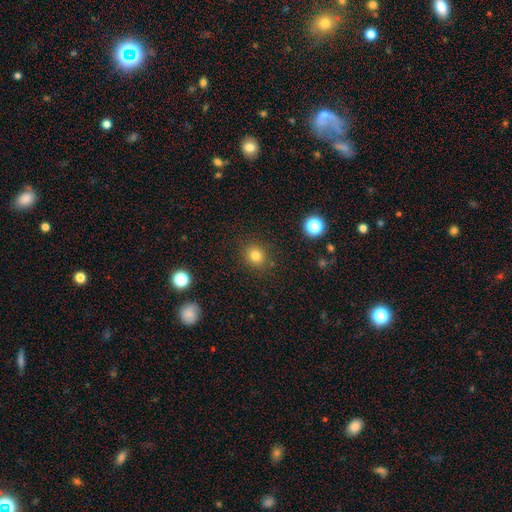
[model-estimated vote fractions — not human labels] Smooth or featured?
  - smooth: 80% *
  - star or artifact: 14%
  - featured or disk: 6%
How rounded?
  - round: 81% *
  - in between: 18%
  - cigar-shaped: 1%
Merging?
  - none: 87% *
  - minor disturbance: 8%
  - major disturbance: 3%
  - merger: 2%